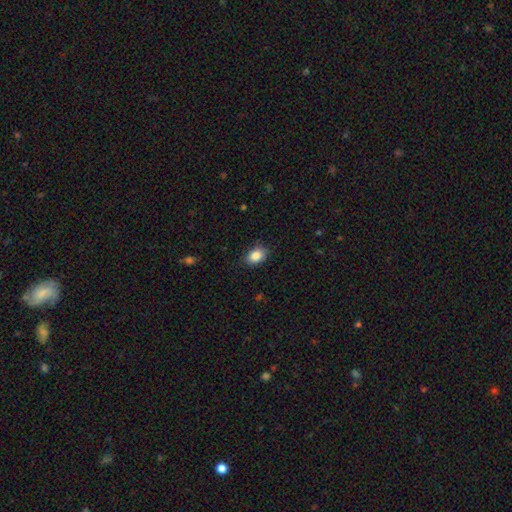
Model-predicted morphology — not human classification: smooth_or_featured: smooth (p=0.87) [alt: star or artifact p=0.08]
how_rounded: in between (p=0.79) [alt: round p=0.19]
merging: none (p=0.83) [alt: minor disturbance p=0.13]